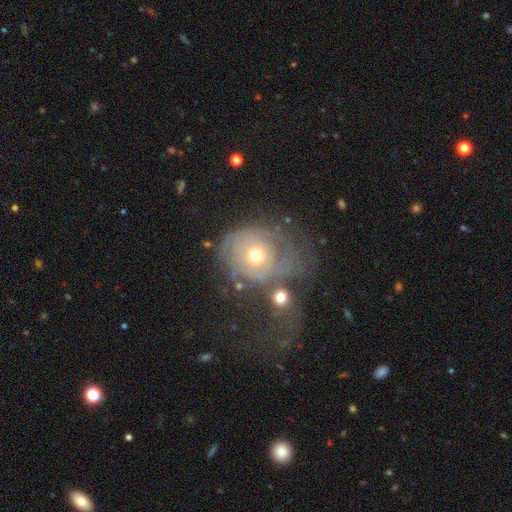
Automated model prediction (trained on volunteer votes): The model was most divided on "merging": none: 37%, major disturbance: 27%, minor disturbance: 18%, merger: 17%. More confident: edge-on disk — no (96%); bar — no (86%); smooth or featured — featured or disk (65%); spiral arms — yes (64%); bulge size — moderate (58%).